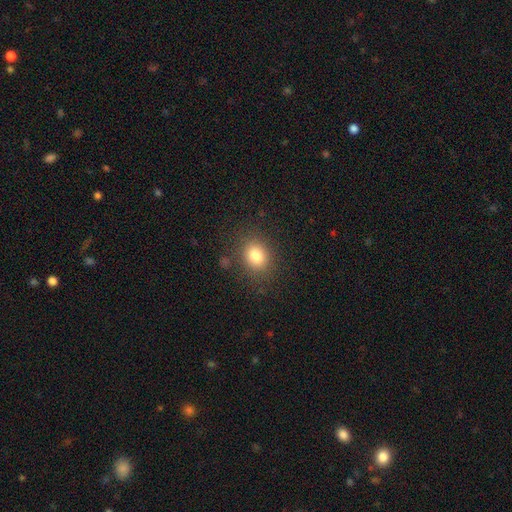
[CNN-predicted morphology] smooth-or-featured: smooth: 81% | star or artifact: 11% | featured or disk: 7%
  how-rounded: round: 60% | in between: 39% | cigar-shaped: 1%
  merging: none: 83% | minor disturbance: 11% | major disturbance: 4% | merger: 2%